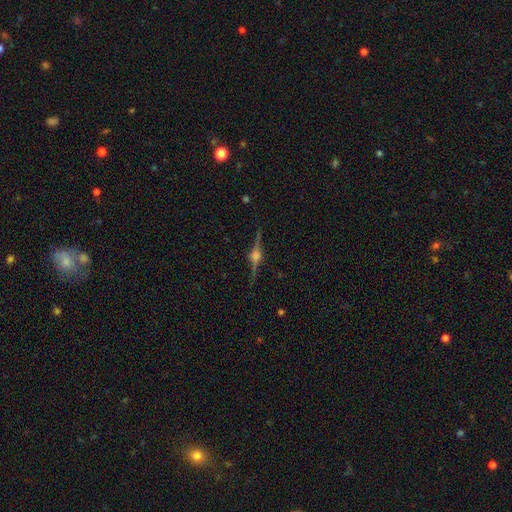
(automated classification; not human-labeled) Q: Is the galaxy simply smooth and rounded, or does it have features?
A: featured or disk — 85%.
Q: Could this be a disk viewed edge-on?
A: yes — 98%.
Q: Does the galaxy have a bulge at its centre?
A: rounded — 92%.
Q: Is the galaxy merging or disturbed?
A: none — 89%.